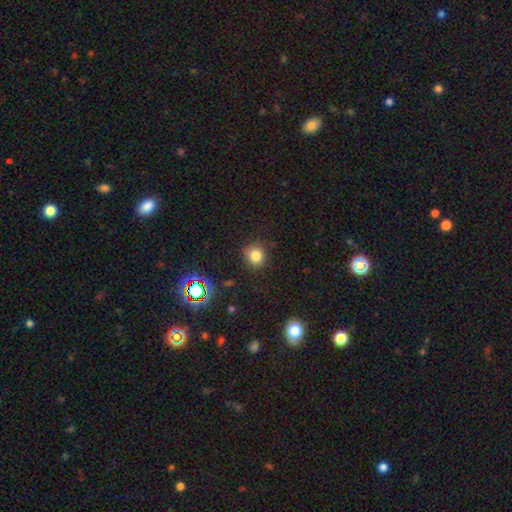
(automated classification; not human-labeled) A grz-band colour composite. It shows a smooth galaxy with no disk features (79%) that is round (85%). Merging: none (81%).